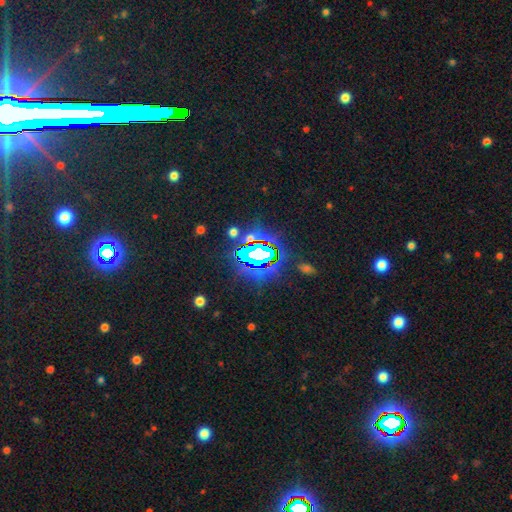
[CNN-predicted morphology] This appears to be a star or artifact, not a galaxy (78%).